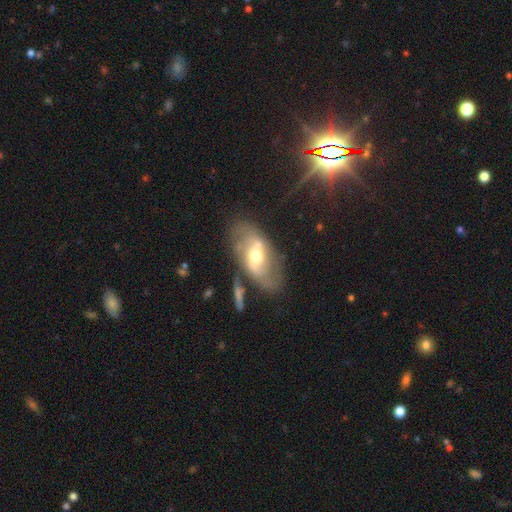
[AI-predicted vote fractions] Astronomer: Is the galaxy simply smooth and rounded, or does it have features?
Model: featured or disk — 74%.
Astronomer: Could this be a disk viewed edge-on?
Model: no — 92%.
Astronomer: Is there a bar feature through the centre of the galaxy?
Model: weak — 44% (runner-up: strong, 30%).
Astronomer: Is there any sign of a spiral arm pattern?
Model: yes — 80%.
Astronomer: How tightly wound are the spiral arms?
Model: medium — 41% (runner-up: loose, 36%).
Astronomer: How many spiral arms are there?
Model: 2 — 74%.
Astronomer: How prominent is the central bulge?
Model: moderate — 67%.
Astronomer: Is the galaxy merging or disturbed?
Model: none — 65%.